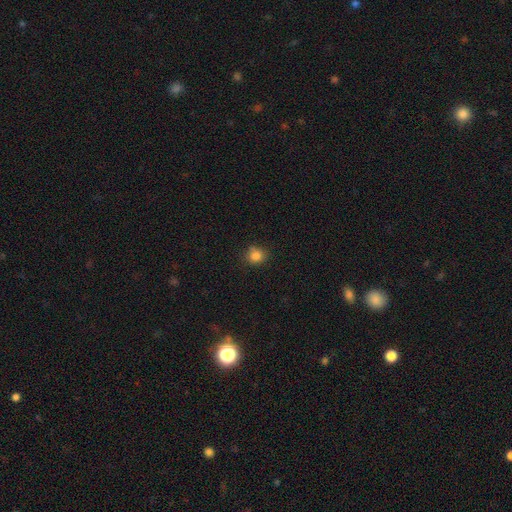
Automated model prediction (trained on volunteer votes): Smooth or featured? Predicted: smooth (p=0.83). How rounded? Predicted: round (p=0.80). Merging? Predicted: none (p=0.78).